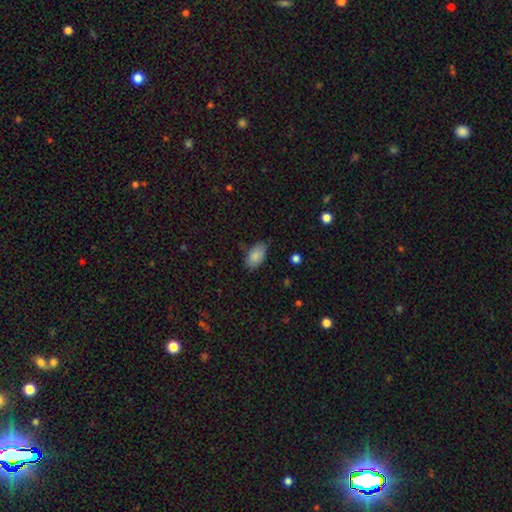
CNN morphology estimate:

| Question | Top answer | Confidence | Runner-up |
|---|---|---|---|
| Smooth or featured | smooth | 85% | featured or disk (8%) |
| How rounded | in between | 94% | round (4%) |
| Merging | none | 66% | minor disturbance (27%) |